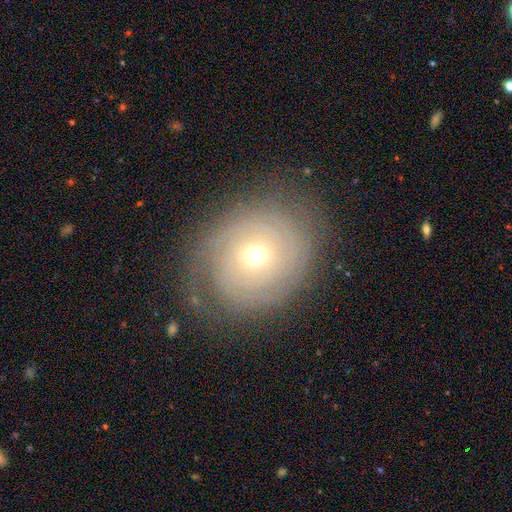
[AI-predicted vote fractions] A featured or disk galaxy (67%) with no bar (78%), tight (80%) spiral arms (85%) and a small central bulge (51%). Merging: none (78%).